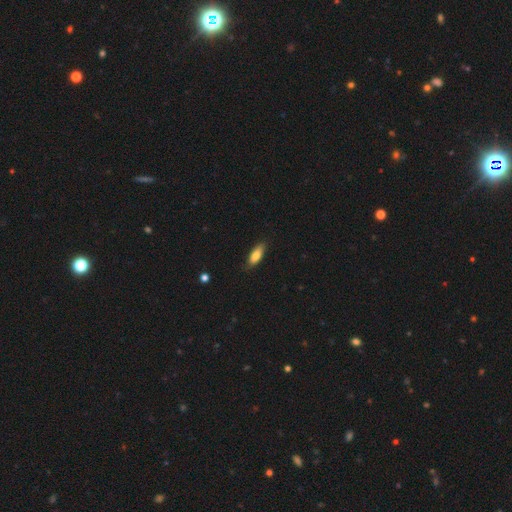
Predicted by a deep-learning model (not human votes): smooth 79%, featured or disk 15%, star or artifact 6%. Down the decision tree: how rounded — in between (71%); merging — none (79%).